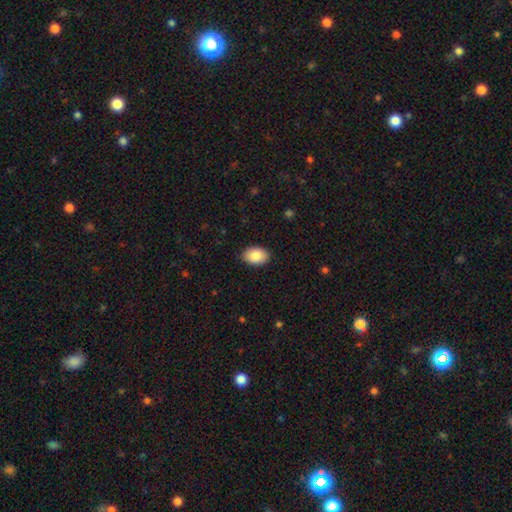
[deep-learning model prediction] Smooth or featured: smooth — 86% (featured or disk — 7%)
How rounded: in between — 86% (round — 13%)
Merging: none — 89% (minor disturbance — 9%)